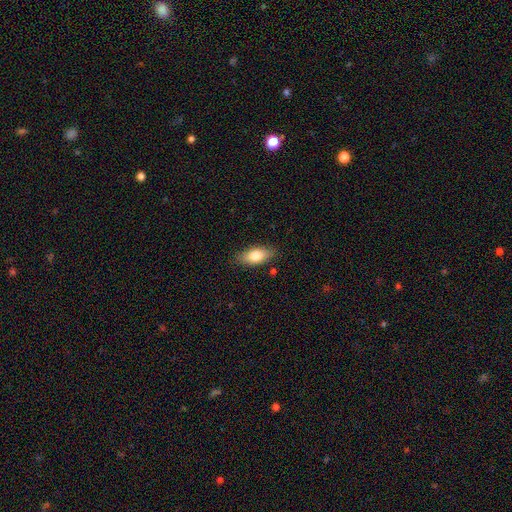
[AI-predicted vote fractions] Q: Smooth or featured?
A: smooth (78%); runner-up: featured or disk (15%)
Q: How rounded?
A: in between (85%); runner-up: cigar-shaped (11%)
Q: Merging?
A: none (84%); runner-up: minor disturbance (12%)